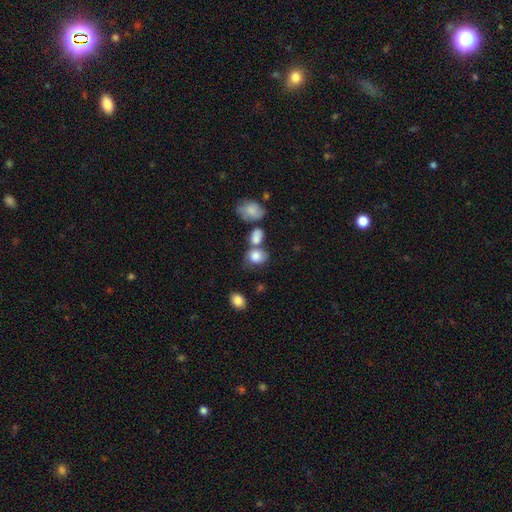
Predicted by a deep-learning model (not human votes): A smooth galaxy with no disk features (82%) that is in between round and cigar-shaped (56%). Merging: none (41%).